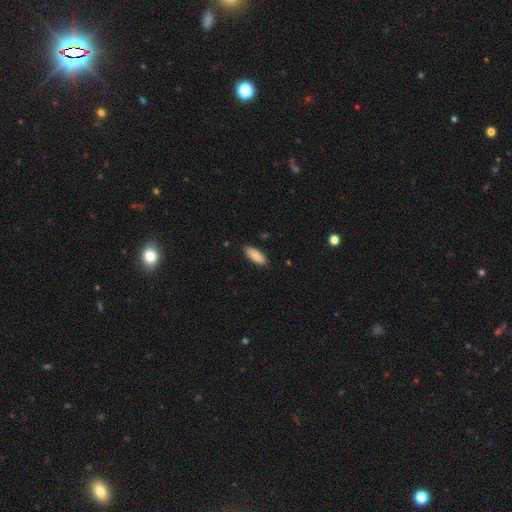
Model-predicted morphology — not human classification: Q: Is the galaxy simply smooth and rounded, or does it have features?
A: smooth — 87%.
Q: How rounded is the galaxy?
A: in between — 74%.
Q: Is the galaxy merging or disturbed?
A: none — 87%.